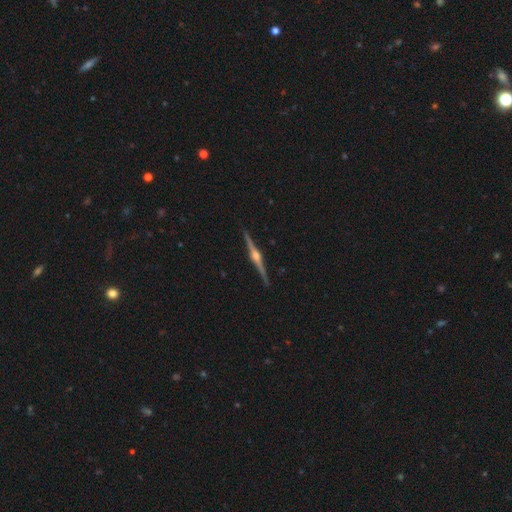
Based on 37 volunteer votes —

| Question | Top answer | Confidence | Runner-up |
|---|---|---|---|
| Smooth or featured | featured or disk | 89% | smooth (8%) |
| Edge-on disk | yes | 100% | — |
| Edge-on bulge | rounded | 91% | boxy (6%) |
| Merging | none | 89% | minor disturbance (11%) |